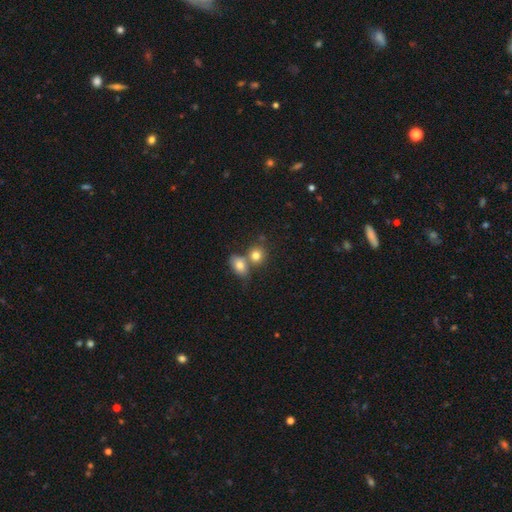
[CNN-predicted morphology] The model was most divided on "merging": merger: 46%, none: 42%, minor disturbance: 8%, major disturbance: 3%. More confident: smooth or featured — smooth (79%); how rounded — round (67%).